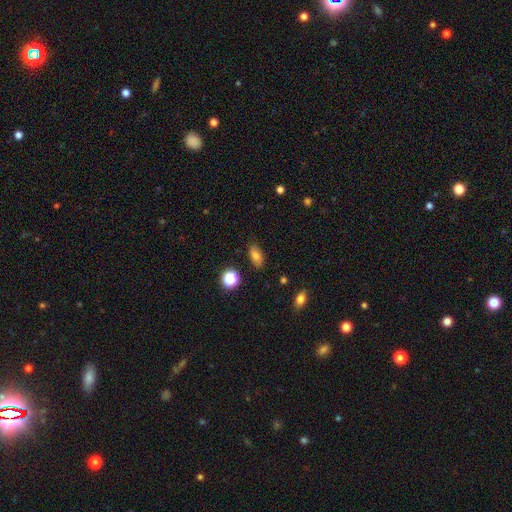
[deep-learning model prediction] smooth-or-featured: smooth: 74% | featured or disk: 13% | star or artifact: 13%
  how-rounded: in between: 84% | round: 9% | cigar-shaped: 7%
  merging: none: 84% | minor disturbance: 11% | major disturbance: 3% | merger: 2%